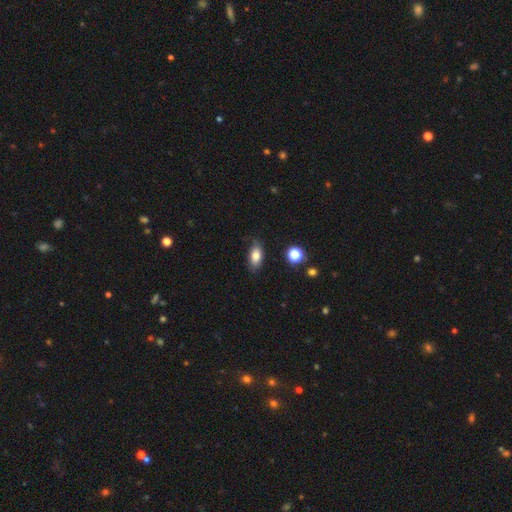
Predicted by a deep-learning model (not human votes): smooth 80%, featured or disk 11%, star or artifact 9%. Down the decision tree: how rounded — in between (87%); merging — none (80%).